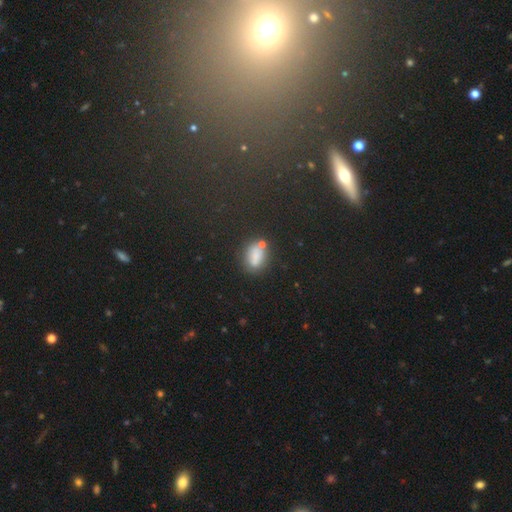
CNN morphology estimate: smooth 74%, star or artifact 16%, featured or disk 10%. Down the decision tree: how rounded — in between (79%); merging — none (60%).